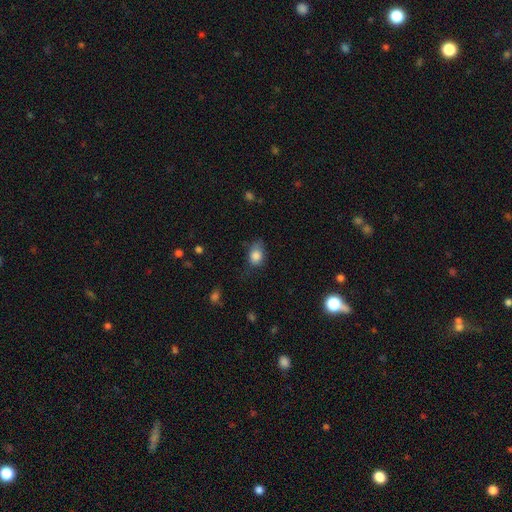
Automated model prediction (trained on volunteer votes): This appears to be a smooth galaxy with no disk features (84%) that is in between round and cigar-shaped (68%). Merging: none (52%).